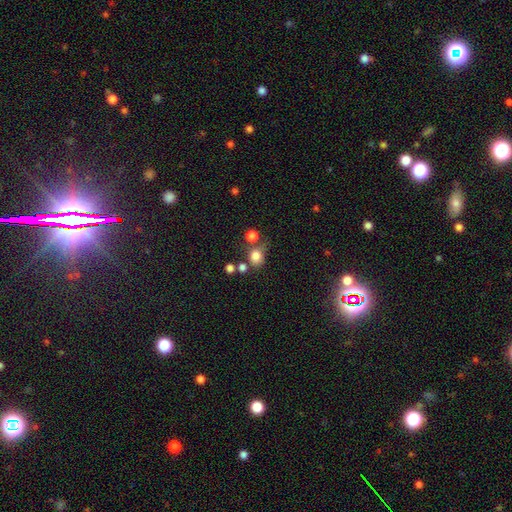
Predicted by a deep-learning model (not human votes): A smooth galaxy with no disk features (79%) that is round (75%).

Vote fractions:
- Smooth or featured? smooth: 79% / star or artifact: 14% / featured or disk: 8%
- How rounded? round: 75% / in between: 24% / cigar-shaped: 1%
- Merging? none: 54% / merger: 21% / minor disturbance: 16% / major disturbance: 9%